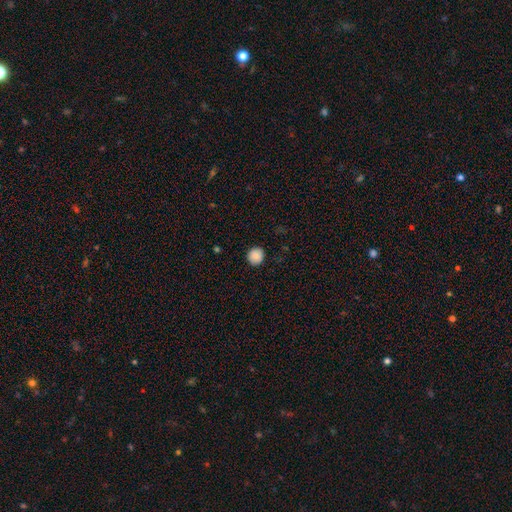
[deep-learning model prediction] A smooth galaxy with no disk features (88%) that is round (91%).

Vote fractions:
- Smooth or featured? smooth: 88% / star or artifact: 9% / featured or disk: 4%
- How rounded? round: 91% / in between: 8% / cigar-shaped: 1%
- Merging? none: 90% / minor disturbance: 7% / major disturbance: 2% / merger: 1%